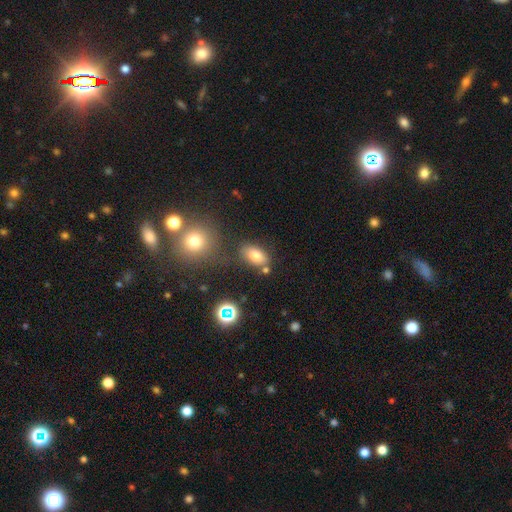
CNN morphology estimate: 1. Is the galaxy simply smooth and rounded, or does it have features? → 77% smooth, 13% star or artifact, 10% featured or disk.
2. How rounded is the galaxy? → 87% in between, 10% round, 3% cigar-shaped.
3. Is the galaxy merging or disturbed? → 72% none, 13% minor disturbance, 10% merger, 4% major disturbance.